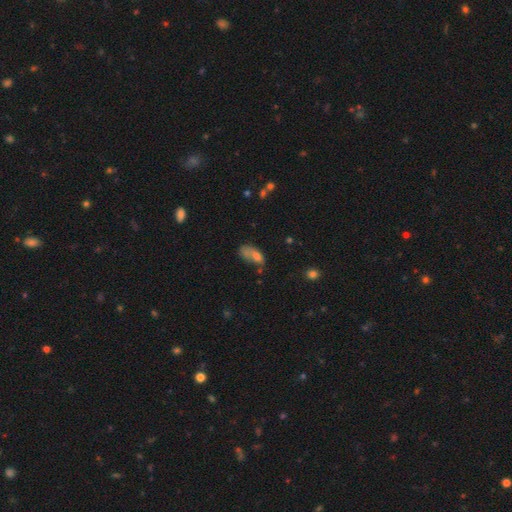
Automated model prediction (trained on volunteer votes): A smooth galaxy with no disk features (63%) that is in between round and cigar-shaped (82%).

Vote fractions:
- Smooth or featured? smooth: 63% / featured or disk: 22% / star or artifact: 15%
- How rounded? in between: 82% / cigar-shaped: 10% / round: 9%
- Merging? major disturbance: 30% / none: 27% / minor disturbance: 22% / merger: 22%